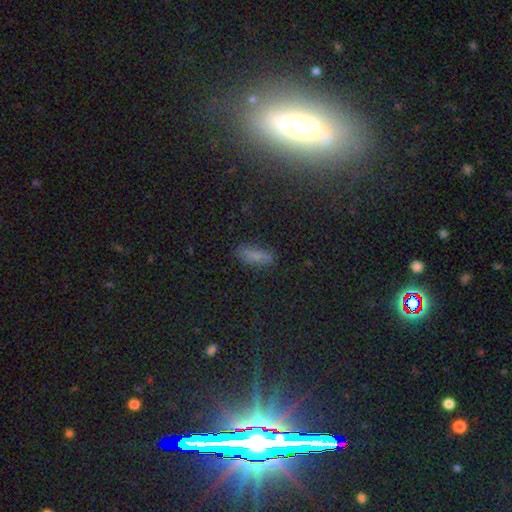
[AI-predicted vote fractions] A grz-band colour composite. It shows a smooth galaxy with no disk features (73%) that is in between round and cigar-shaped (61%). Merging: none (78%).